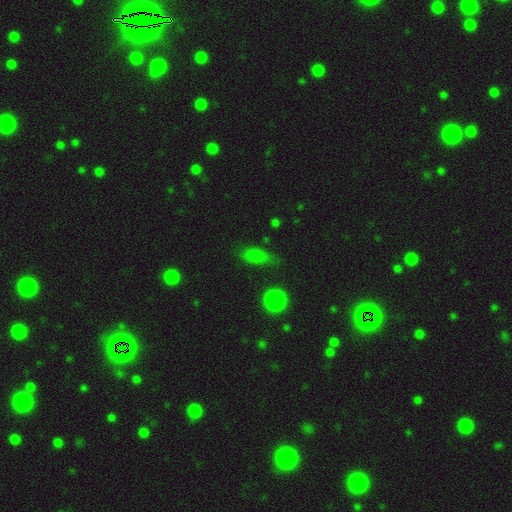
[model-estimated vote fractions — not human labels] A smooth galaxy with no disk features (76%) that is in between round and cigar-shaped (75%).

Vote fractions:
- Smooth or featured? smooth: 76% / star or artifact: 16% / featured or disk: 9%
- How rounded? in between: 75% / cigar-shaped: 14% / round: 11%
- Merging? none: 63% / minor disturbance: 24% / major disturbance: 10% / merger: 3%